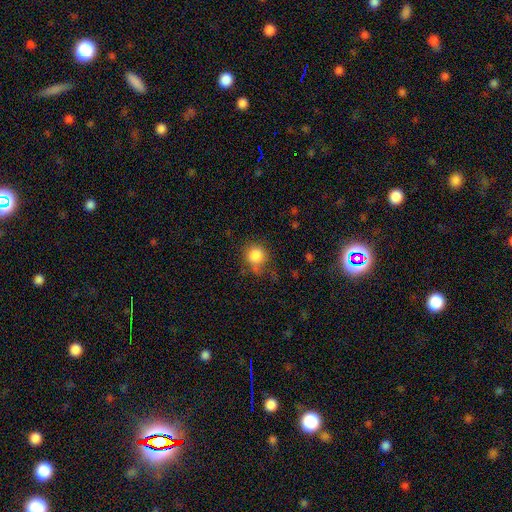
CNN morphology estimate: A smooth galaxy with no disk features (84%) that is round (86%).

Vote fractions:
- Smooth or featured? smooth: 84% / star or artifact: 10% / featured or disk: 6%
- How rounded? round: 86% / in between: 13% / cigar-shaped: 1%
- Merging? none: 62% / minor disturbance: 24% / major disturbance: 9% / merger: 5%